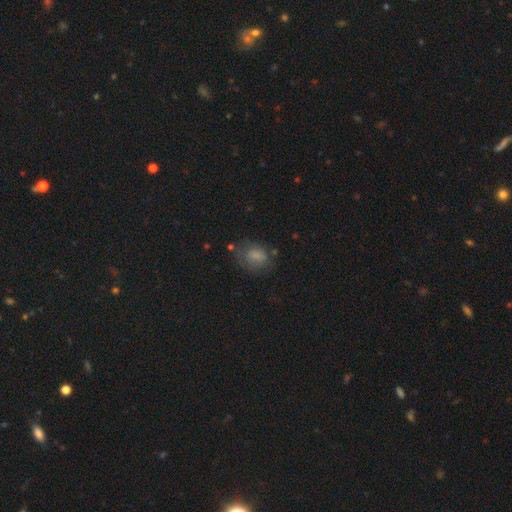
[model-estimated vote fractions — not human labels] smooth 72%, featured or disk 17%, star or artifact 11%. Down the decision tree: how rounded — in between (53%); merging — none (55%).